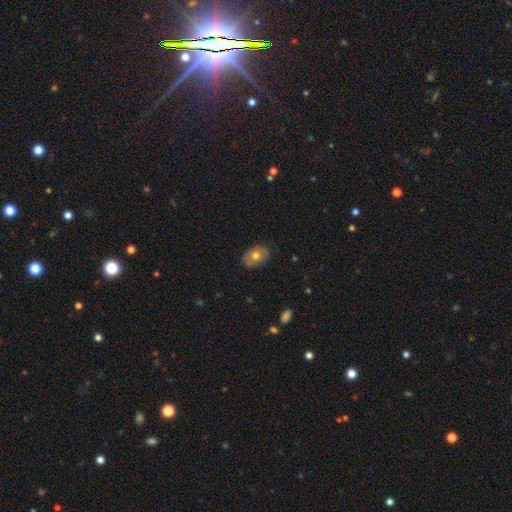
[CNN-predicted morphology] The model was most divided on "smooth or featured": smooth: 67%, featured or disk: 25%, star or artifact: 9%. More confident: merging — none (80%); how rounded — in between (75%).